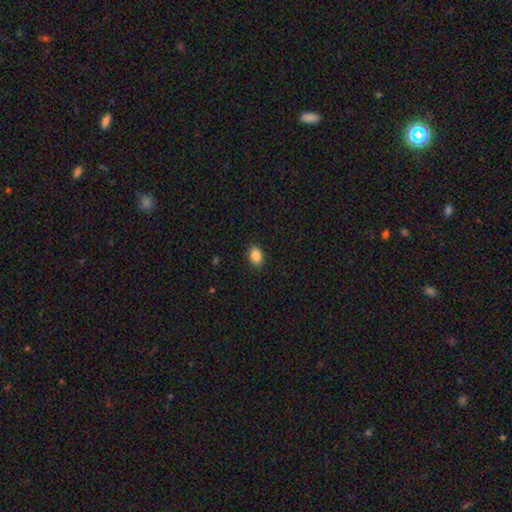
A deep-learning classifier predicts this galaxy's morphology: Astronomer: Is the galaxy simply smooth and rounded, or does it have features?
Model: smooth — 87%.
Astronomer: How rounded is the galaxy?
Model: in between — 82%.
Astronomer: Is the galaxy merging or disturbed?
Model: none — 89%.